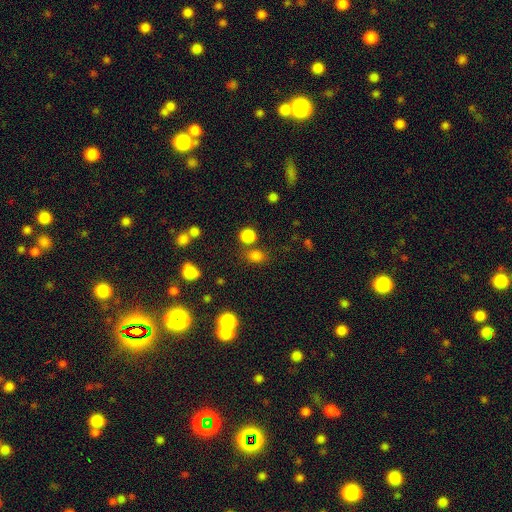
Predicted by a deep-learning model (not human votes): smooth_or_featured: smooth (p=0.78) [alt: star or artifact p=0.16]
how_rounded: round (p=0.63) [alt: in between p=0.35]
merging: none (p=0.69) [alt: merger p=0.15]